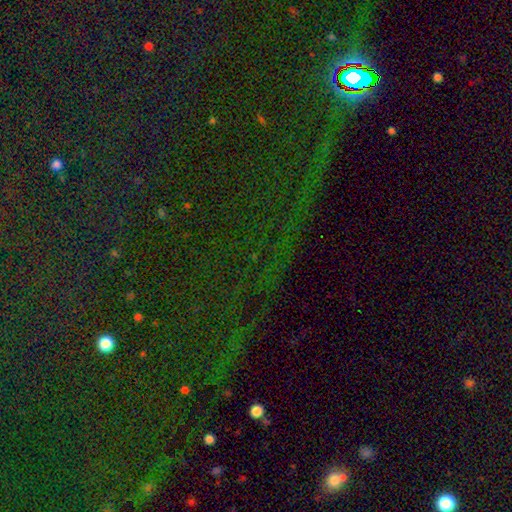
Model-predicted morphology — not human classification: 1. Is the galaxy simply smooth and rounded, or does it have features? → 78% star or artifact, 12% smooth, 10% featured or disk.